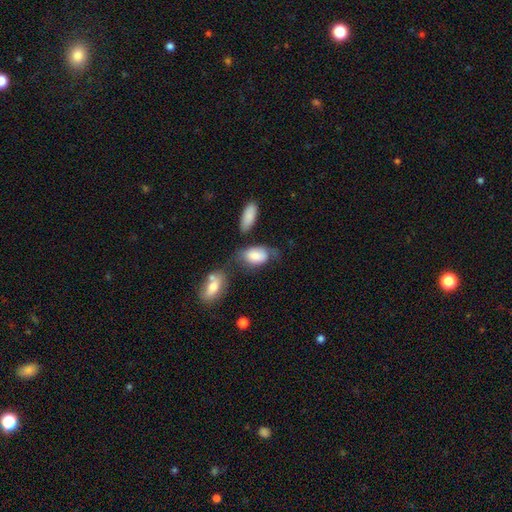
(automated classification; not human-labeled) smooth_or_featured: smooth (p=0.77) [alt: featured or disk p=0.16]
how_rounded: in between (p=0.91) [alt: round p=0.07]
merging: none (p=0.35) [alt: minor disturbance p=0.30]